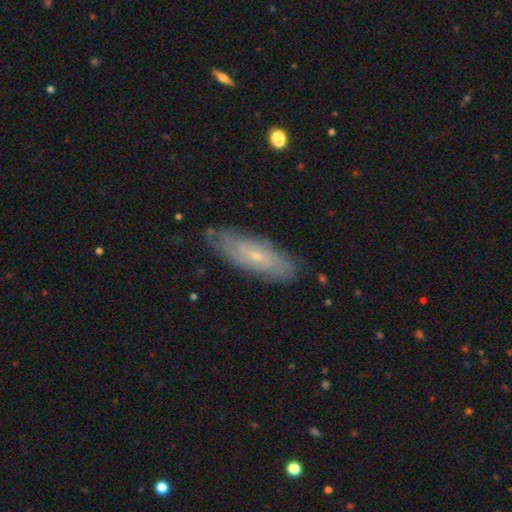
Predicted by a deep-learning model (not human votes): Morphology: type=featured or disk (63%); edge-on=no (76%); merging=none (78%).